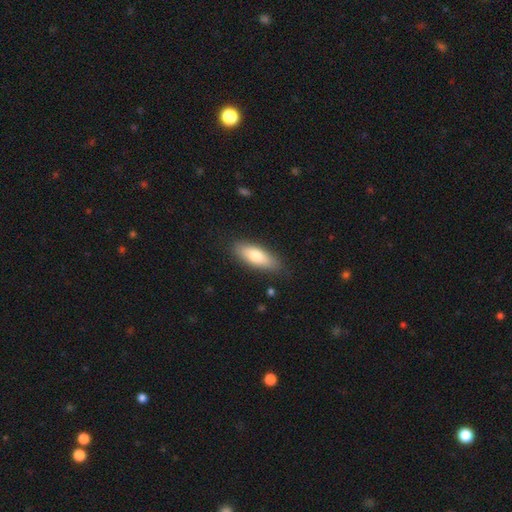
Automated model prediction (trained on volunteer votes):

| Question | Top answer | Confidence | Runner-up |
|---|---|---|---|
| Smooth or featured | smooth | 74% | featured or disk (20%) |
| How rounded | in between | 66% | cigar-shaped (32%) |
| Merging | none | 85% | minor disturbance (11%) |